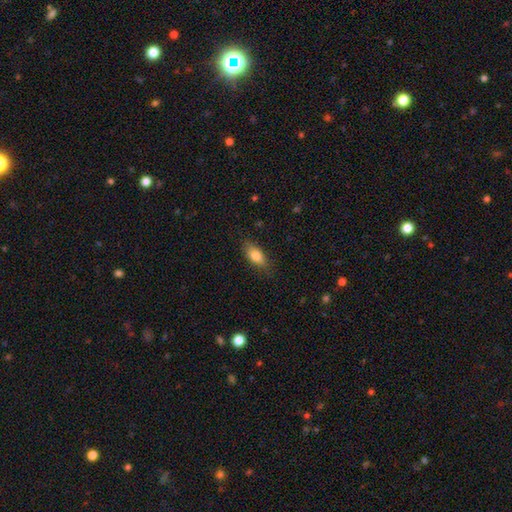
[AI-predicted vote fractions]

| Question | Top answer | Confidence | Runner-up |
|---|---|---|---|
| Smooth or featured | smooth | 81% | featured or disk (11%) |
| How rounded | in between | 84% | cigar-shaped (12%) |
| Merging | none | 81% | minor disturbance (14%) |